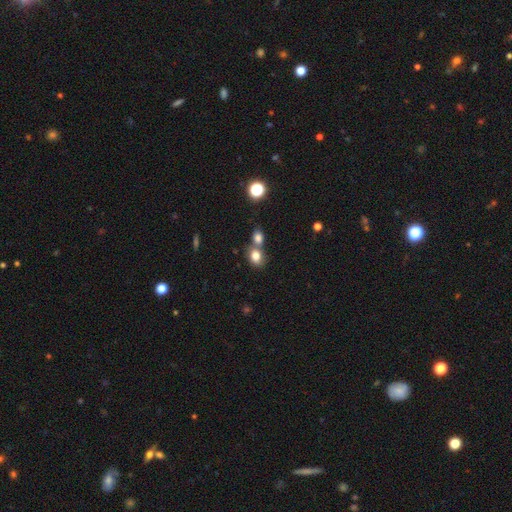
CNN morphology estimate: Smooth or featured: smooth — 80% (star or artifact — 11%)
How rounded: round — 52% (in between — 46%)
Merging: merger — 45% (none — 42%)